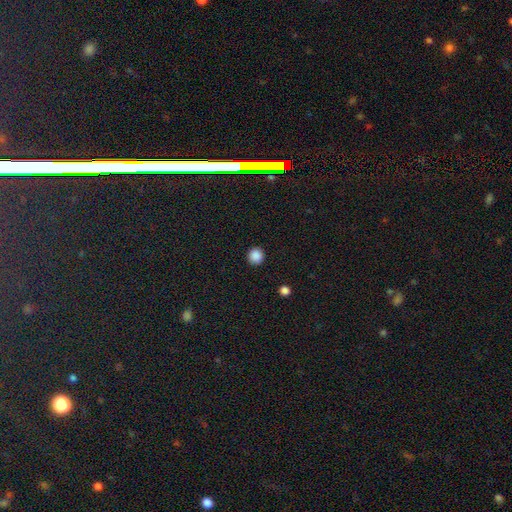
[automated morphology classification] A smooth galaxy with no disk features (87%) that is round (94%). Merging: none (92%).